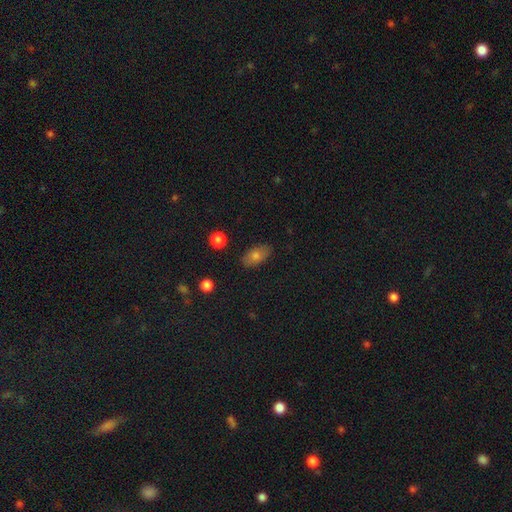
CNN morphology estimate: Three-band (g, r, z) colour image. It shows a smooth galaxy with no disk features (74%) that is in between round and cigar-shaped (89%). Merging: none (86%).